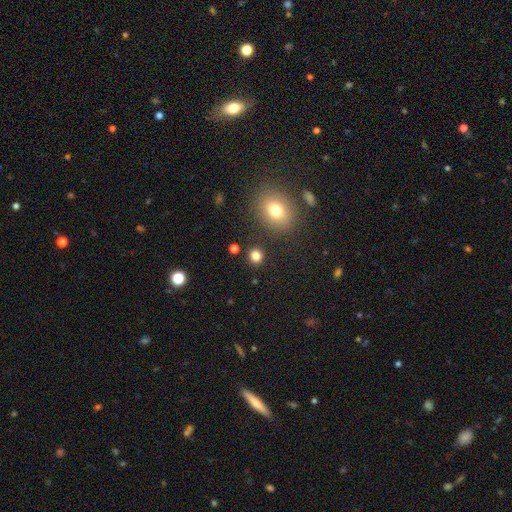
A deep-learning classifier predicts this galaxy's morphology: This appears to be a smooth galaxy with no disk features (82%) that is round (86%). Merging: none (89%).